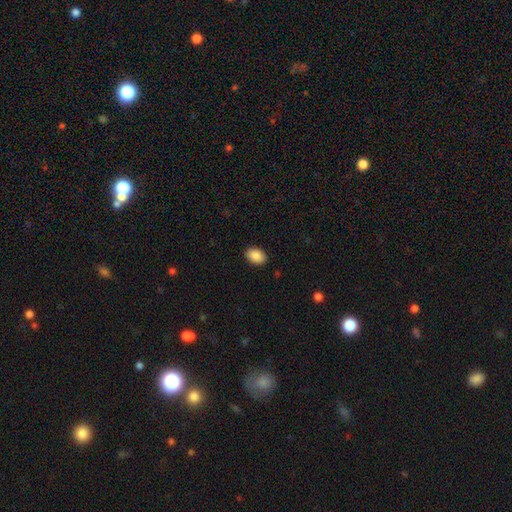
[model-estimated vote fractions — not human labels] Smooth or featured? smooth (88%)
How rounded? in between (85%)
Merging? none (90%)